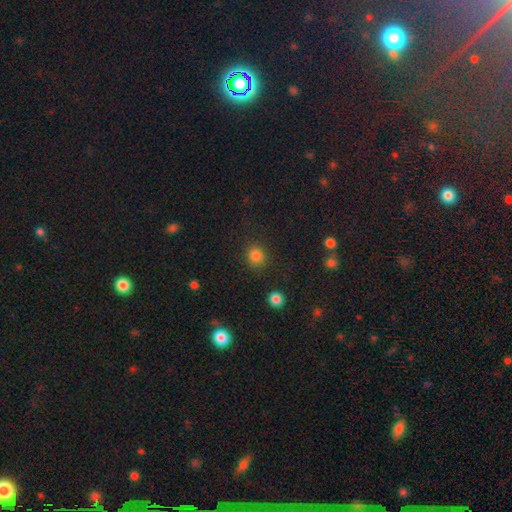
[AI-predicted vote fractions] Smooth or featured?
  - smooth: 84% *
  - star or artifact: 13%
  - featured or disk: 4%
How rounded?
  - round: 82% *
  - in between: 17%
  - cigar-shaped: 1%
Merging?
  - none: 86% *
  - minor disturbance: 8%
  - major disturbance: 3%
  - merger: 2%